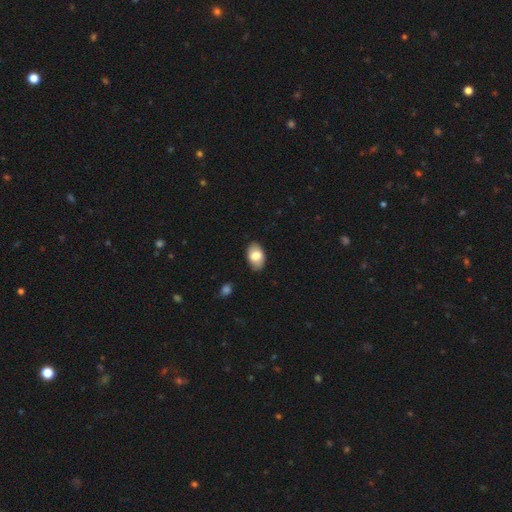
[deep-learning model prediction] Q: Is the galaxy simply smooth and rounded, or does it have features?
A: smooth — 79%.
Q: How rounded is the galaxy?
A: in between — 91%.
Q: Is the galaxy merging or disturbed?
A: none — 84%.